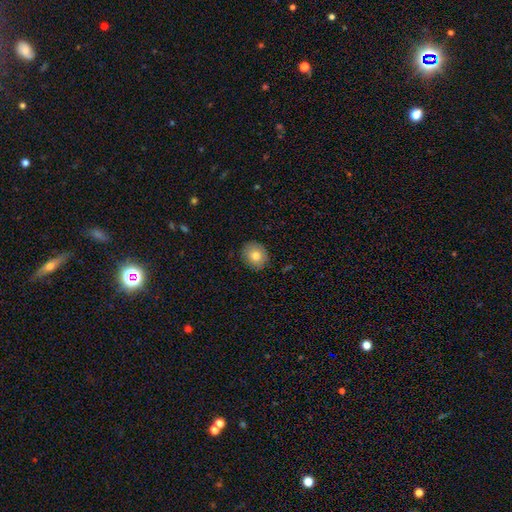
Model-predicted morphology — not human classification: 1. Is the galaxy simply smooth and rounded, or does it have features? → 77% smooth, 14% featured or disk, 8% star or artifact.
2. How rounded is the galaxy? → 67% round, 32% in between, 1% cigar-shaped.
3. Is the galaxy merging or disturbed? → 86% none, 11% minor disturbance, 2% major disturbance, 1% merger.